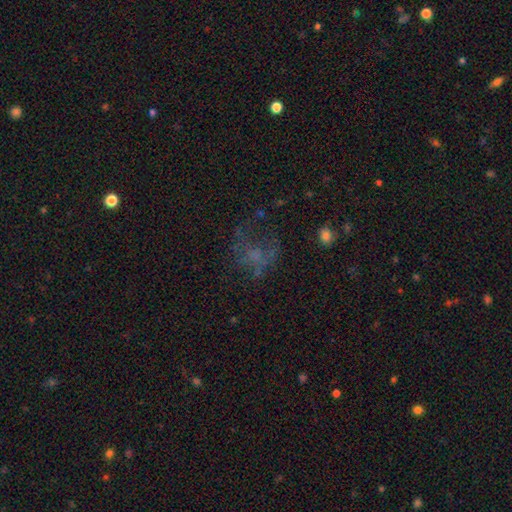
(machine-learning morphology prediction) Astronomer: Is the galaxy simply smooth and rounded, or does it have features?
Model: featured or disk — 41% (runner-up: smooth, 31%).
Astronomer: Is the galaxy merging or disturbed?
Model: none — 43% (runner-up: major disturbance, 35%).